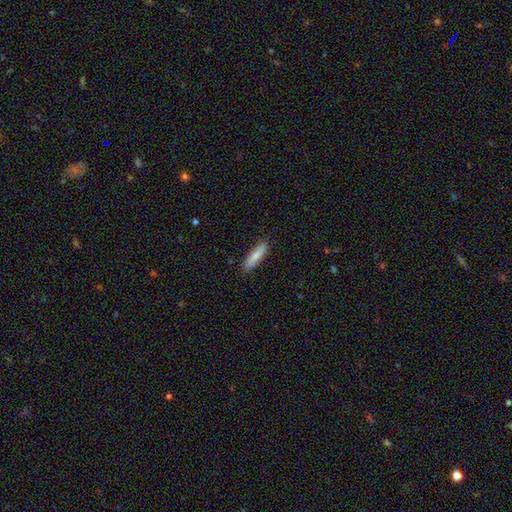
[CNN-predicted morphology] smooth_or_featured: smooth (p=0.76) [alt: featured or disk p=0.18]
how_rounded: cigar-shaped (p=0.69) [alt: in between p=0.29]
merging: none (p=0.87) [alt: minor disturbance p=0.10]